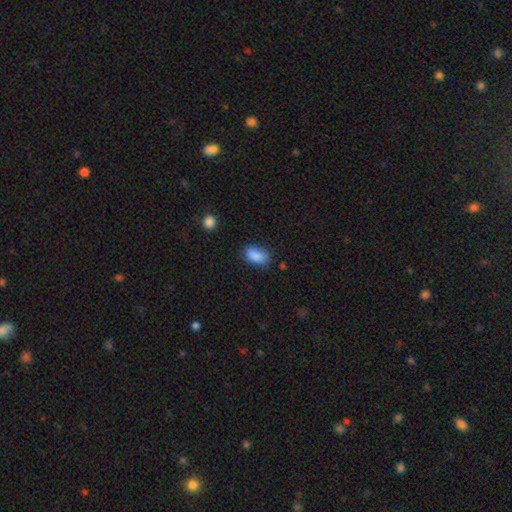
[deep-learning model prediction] Smooth or featured? Predicted: smooth (p=0.86). How rounded? Predicted: in between (p=0.89). Merging? Predicted: none (p=0.62).